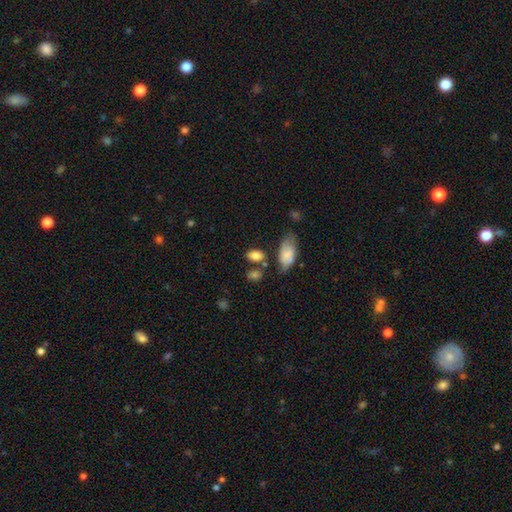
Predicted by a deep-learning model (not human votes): Smooth or featured? smooth (83%)
How rounded? in between (87%)
Merging? none (63%)